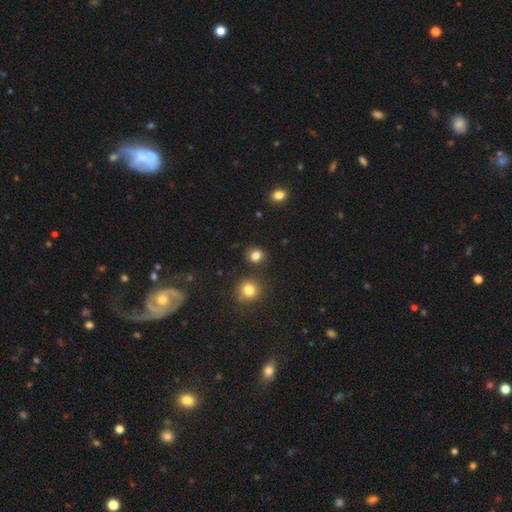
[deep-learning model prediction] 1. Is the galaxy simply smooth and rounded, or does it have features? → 82% smooth, 13% star or artifact, 4% featured or disk.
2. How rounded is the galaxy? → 82% round, 17% in between, 1% cigar-shaped.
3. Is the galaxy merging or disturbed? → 84% none, 9% minor disturbance, 5% merger, 3% major disturbance.